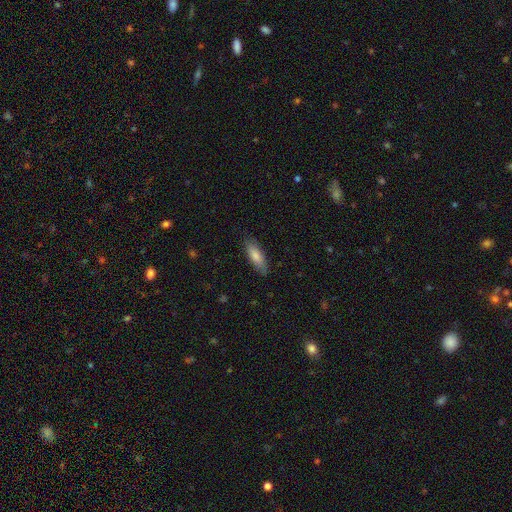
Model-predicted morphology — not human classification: Smooth or featured: smooth — 81% (featured or disk — 14%)
How rounded: in between — 57% (cigar-shaped — 42%)
Merging: none — 82% (minor disturbance — 14%)